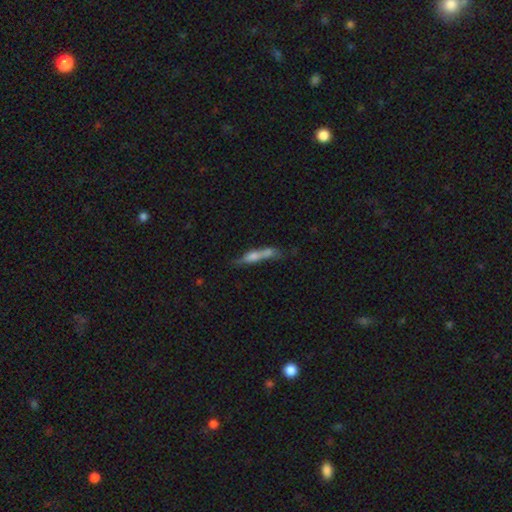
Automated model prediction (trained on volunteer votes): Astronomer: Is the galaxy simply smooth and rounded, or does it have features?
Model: smooth — 55% (runner-up: featured or disk, 36%).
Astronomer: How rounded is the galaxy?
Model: cigar-shaped — 75%.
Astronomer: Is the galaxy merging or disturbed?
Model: merger — 40% (runner-up: none, 34%).